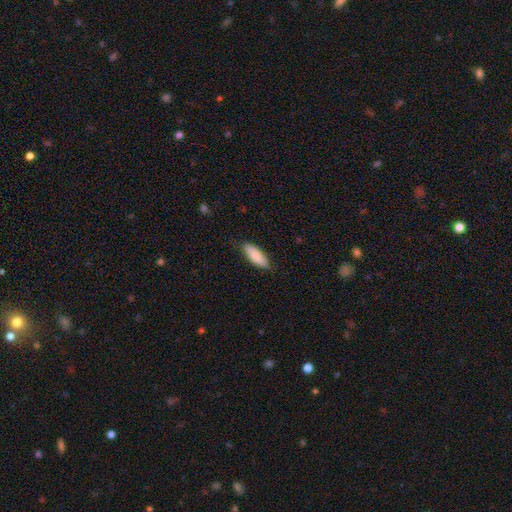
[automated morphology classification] type=smooth (84%); roundness=in between (68%); merging=none (84%).